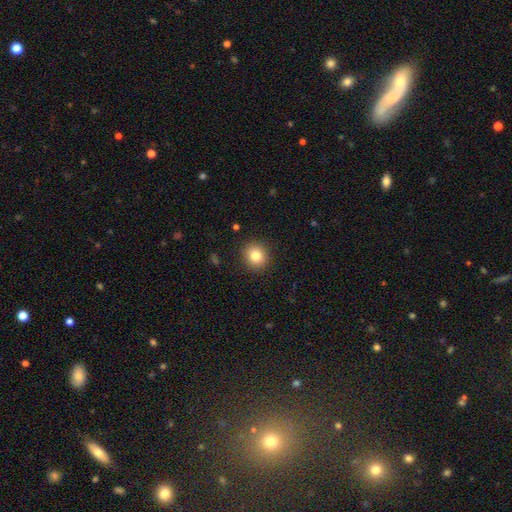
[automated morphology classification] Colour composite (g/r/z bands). It shows a smooth galaxy with no disk features (82%) that is round (84%). Merging: none (90%).